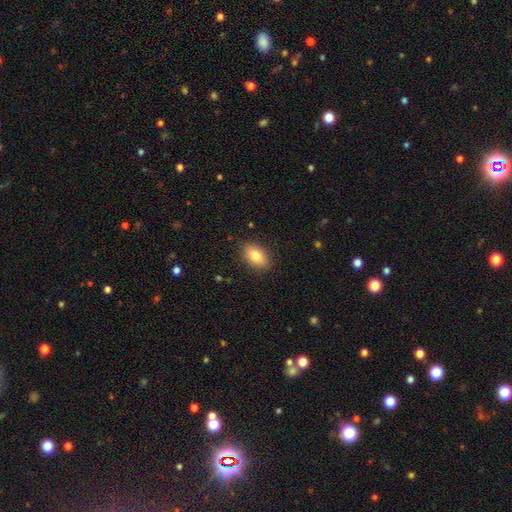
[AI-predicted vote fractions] smooth_or_featured: smooth (p=0.81) [alt: featured or disk p=0.11]
how_rounded: in between (p=0.89) [alt: round p=0.09]
merging: none (p=0.87) [alt: minor disturbance p=0.09]